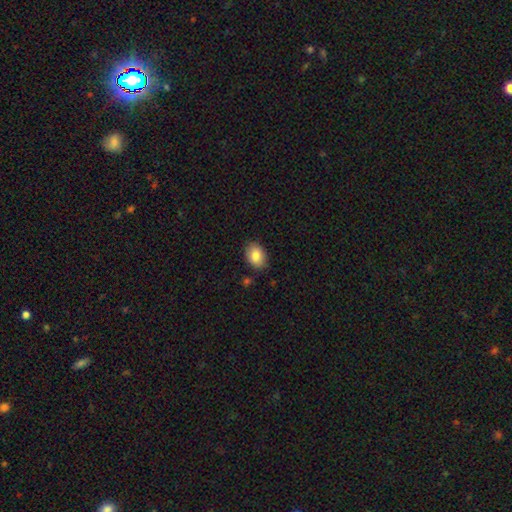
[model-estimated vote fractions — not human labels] Smooth or featured?
  - smooth: 85% *
  - featured or disk: 8%
  - star or artifact: 7%
How rounded?
  - in between: 78% *
  - round: 21%
  - cigar-shaped: 1%
Merging?
  - none: 84% *
  - minor disturbance: 12%
  - major disturbance: 2%
  - merger: 2%